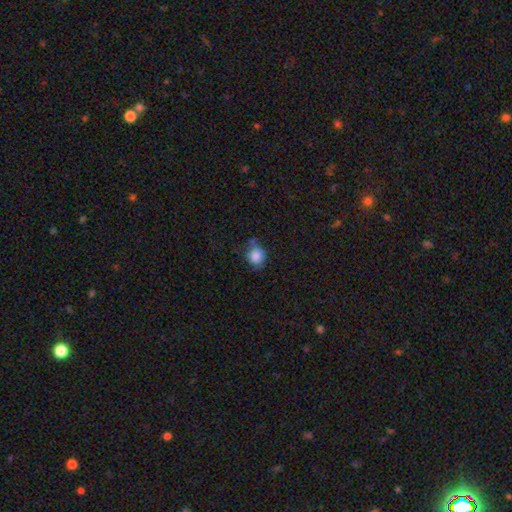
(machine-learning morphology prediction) smooth 83%, star or artifact 9%, featured or disk 7%. Down the decision tree: how rounded — round (77%); merging — none (56%).